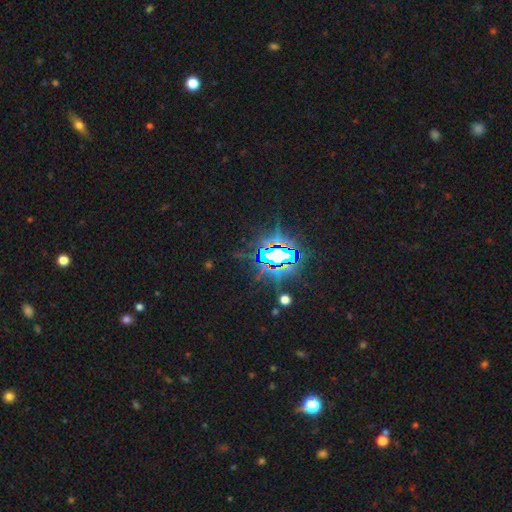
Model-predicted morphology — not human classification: Q: Smooth or featured?
A: star or artifact (80%); runner-up: featured or disk (11%)